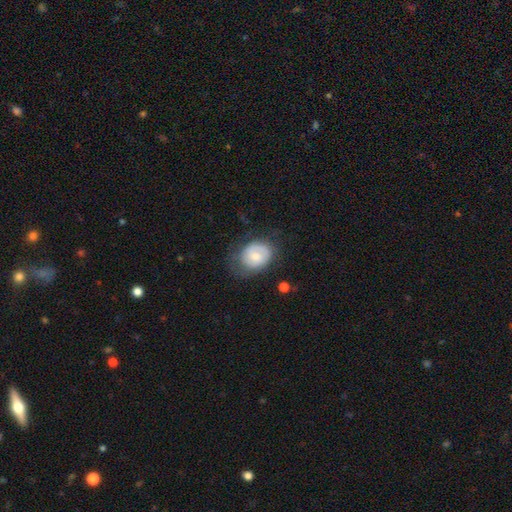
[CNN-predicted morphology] Smooth or featured? Predicted: smooth (p=0.55). How rounded? Predicted: round (p=0.52). Merging? Predicted: none (p=0.57).